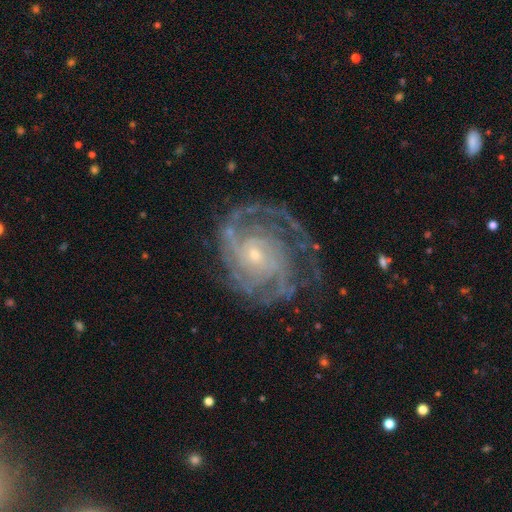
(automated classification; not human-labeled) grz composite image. It shows a featured or disk galaxy (89%) with no bar (71%), tight (66%) spiral arms (97%) and a small central bulge (73%). Merging: none (67%).